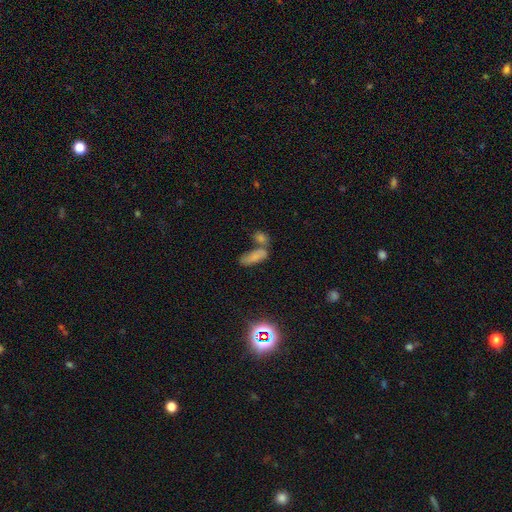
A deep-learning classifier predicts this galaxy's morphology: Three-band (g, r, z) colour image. It shows a smooth galaxy with no disk features (72%) that is in between round and cigar-shaped (67%). Merging: merger (41%).